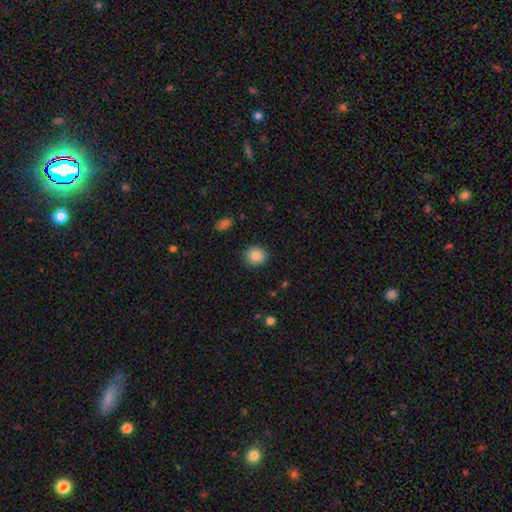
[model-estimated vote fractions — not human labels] A smooth galaxy with no disk features (87%) that is round (83%). Merging: none (88%).